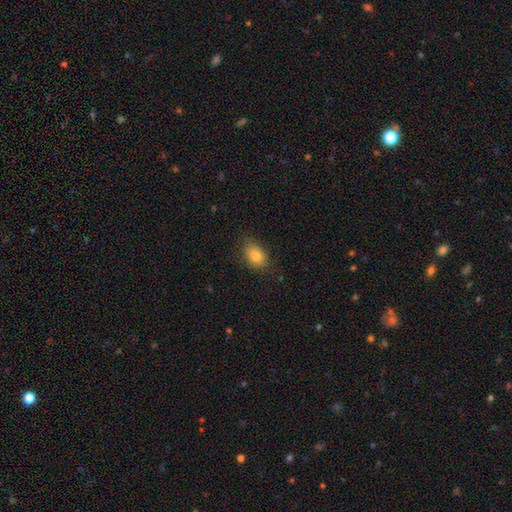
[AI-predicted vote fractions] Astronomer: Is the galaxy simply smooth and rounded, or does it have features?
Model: smooth — 83%.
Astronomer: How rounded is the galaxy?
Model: in between — 77%.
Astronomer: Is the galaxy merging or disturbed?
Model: none — 80%.